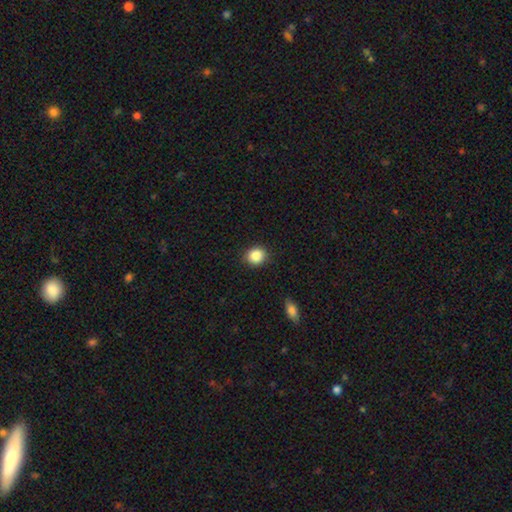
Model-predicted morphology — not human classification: This appears to be a smooth galaxy with no disk features (87%) that is round (83%). Merging: none (89%).